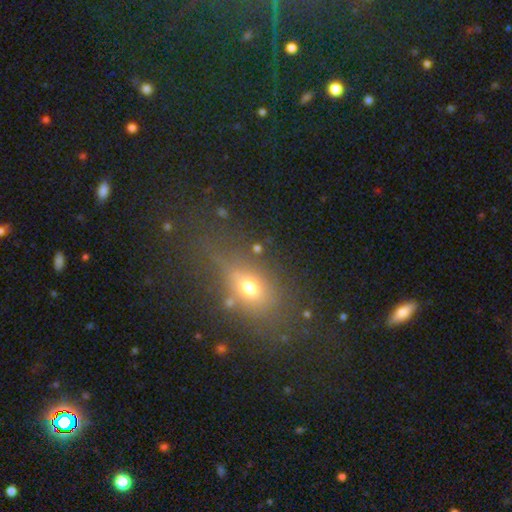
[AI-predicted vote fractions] Smooth or featured? Predicted: smooth (p=0.56). How rounded? Predicted: in between (p=0.65). Merging? Predicted: none (p=0.64).